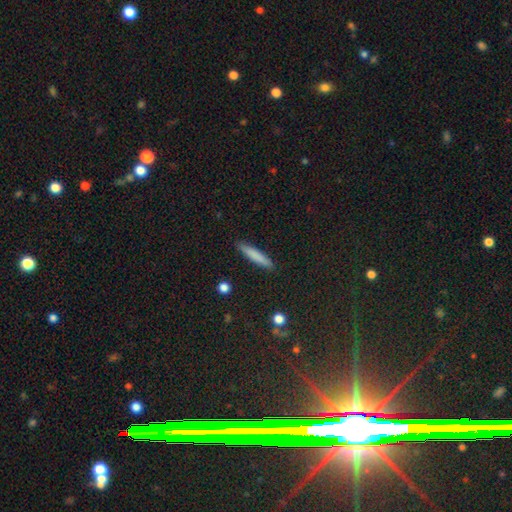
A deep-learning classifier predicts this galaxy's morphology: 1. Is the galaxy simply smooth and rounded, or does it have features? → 80% smooth, 14% featured or disk, 6% star or artifact.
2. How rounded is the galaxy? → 92% cigar-shaped, 6% in between, 1% round.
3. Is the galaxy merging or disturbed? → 89% none, 8% minor disturbance, 2% major disturbance, 1% merger.